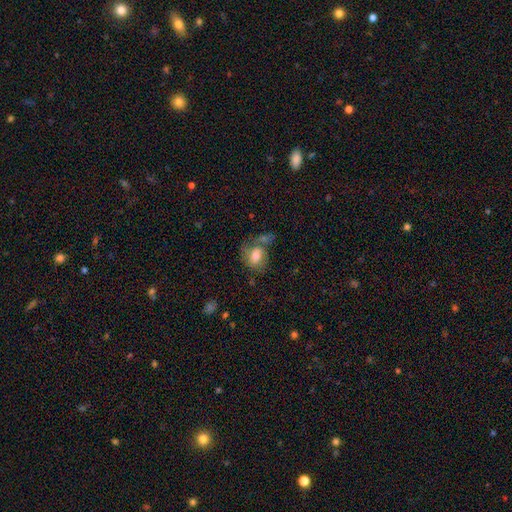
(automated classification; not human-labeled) This appears to be a smooth galaxy with no disk features (68%) that is round (49%, tied with in between). Merging: none (40%).